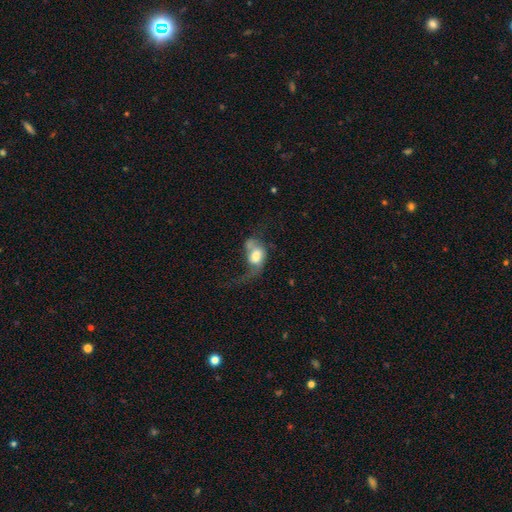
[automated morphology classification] Smooth or featured? Predicted: smooth (p=0.49). Merging? Predicted: major disturbance (p=0.50).